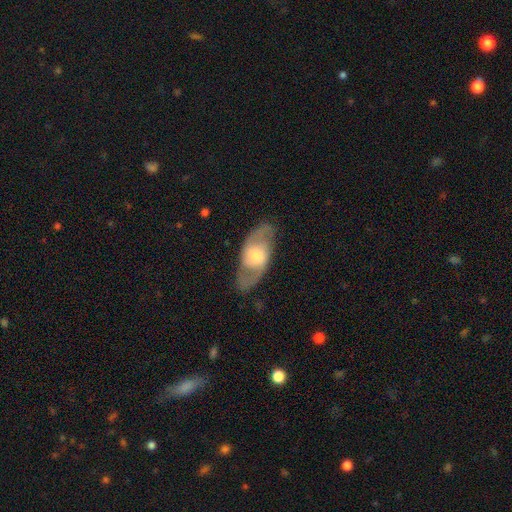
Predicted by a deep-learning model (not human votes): Overall: featured or disk (71%). Edge-on disk: no (89%). Bar: no (48%; weak 39%). Spiral arms: yes (81%). Spiral arm count: 2 (86%). Spiral winding: medium (49%; loose 31%). Bulge size: moderate (51%; small 26%). Merging: none (79%).